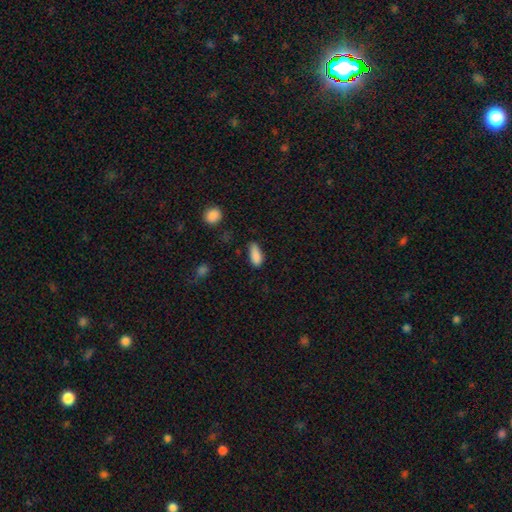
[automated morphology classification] smooth-or-featured: smooth: 86% | star or artifact: 9% | featured or disk: 5%
  how-rounded: in between: 80% | cigar-shaped: 17% | round: 3%
  merging: none: 61% | minor disturbance: 30% | major disturbance: 7% | merger: 3%